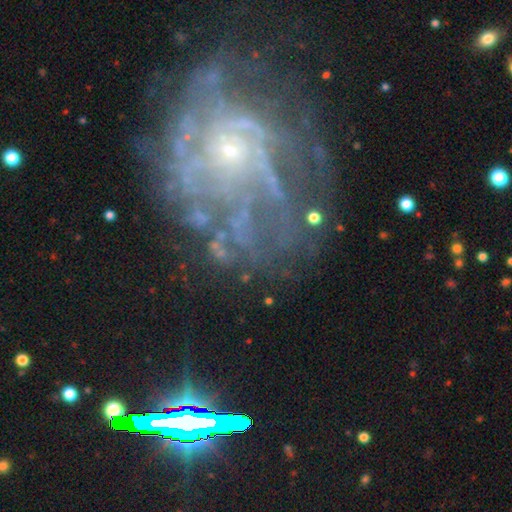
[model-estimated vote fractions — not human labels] Overall: featured or disk (78%). Edge-on disk: no (97%). Bar: no (82%). Spiral arms: yes (83%). Spiral arm count: can't tell (41%; 4 14%). Spiral winding: tight (52%; medium 32%). Bulge size: small (78%). Merging: none (52%; major disturbance 26%).